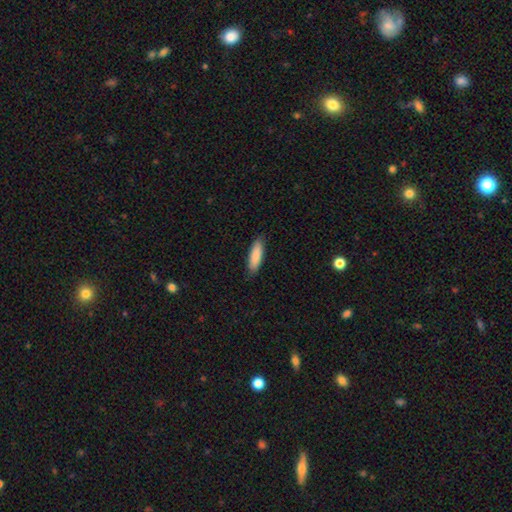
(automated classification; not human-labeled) Overall: smooth (86%). How rounded: cigar-shaped (55%; in between 43%). Merging: none (88%).